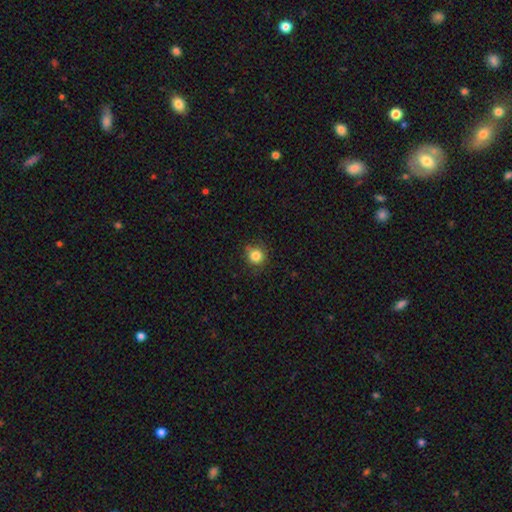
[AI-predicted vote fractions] smooth-or-featured: smooth: 84% | star or artifact: 11% | featured or disk: 5%
  how-rounded: round: 90% | in between: 9% | cigar-shaped: 1%
  merging: none: 83% | minor disturbance: 13% | major disturbance: 3% | merger: 1%